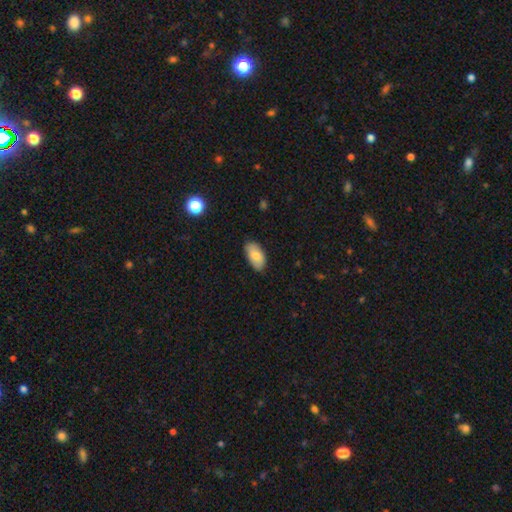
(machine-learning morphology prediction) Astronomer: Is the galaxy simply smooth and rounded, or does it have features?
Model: smooth — 79%.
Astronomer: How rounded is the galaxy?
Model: in between — 95%.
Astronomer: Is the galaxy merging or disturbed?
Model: none — 80%.